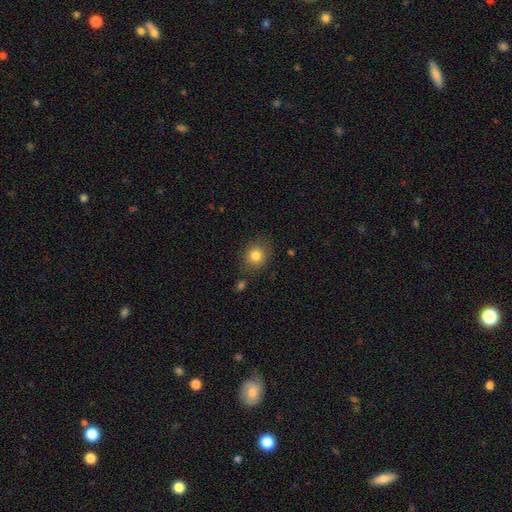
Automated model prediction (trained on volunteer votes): Overall: smooth (81%). How rounded: round (74%). Merging: none (81%).